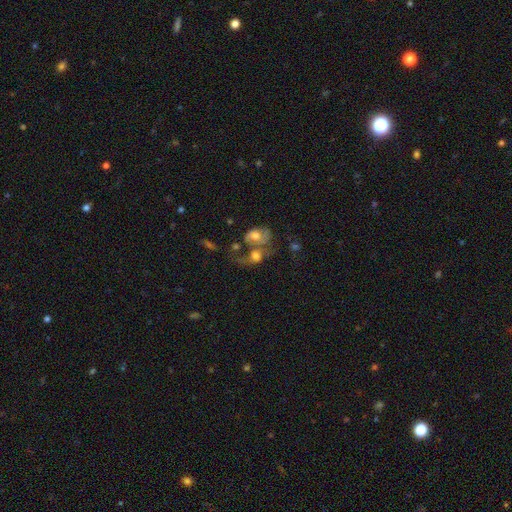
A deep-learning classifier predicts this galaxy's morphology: Overall: smooth (48%; featured or disk 40%). Merging: merger (64%).